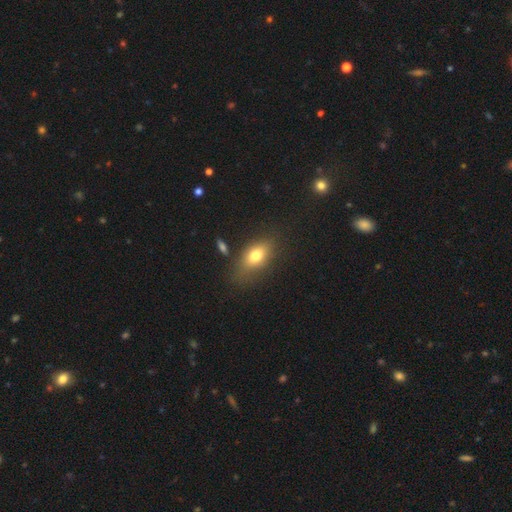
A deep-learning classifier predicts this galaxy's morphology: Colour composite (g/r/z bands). It shows a smooth galaxy with no disk features (75%) that is in between round and cigar-shaped (83%). Merging: none (66%).